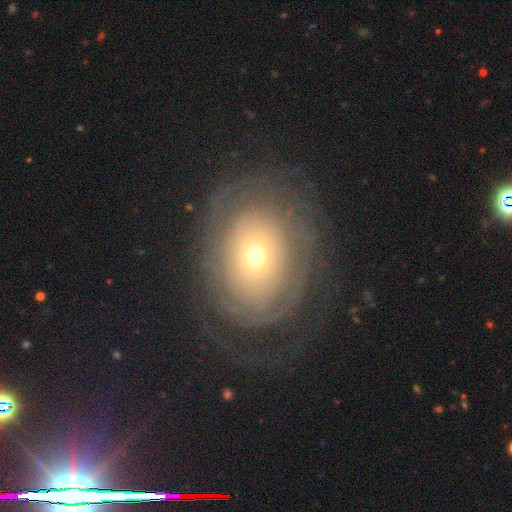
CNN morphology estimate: Smooth or featured? featured or disk (62%)
Edge-on disk? no (95%)
Bar? no (87%)
Spiral arms? yes (63%)
Bulge size? small (63%)
Merging? none (69%)